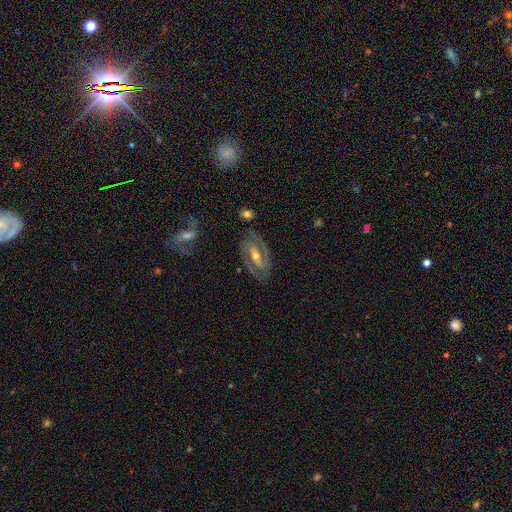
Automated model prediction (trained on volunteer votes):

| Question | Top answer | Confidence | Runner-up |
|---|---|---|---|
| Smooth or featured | featured or disk | 83% | smooth (10%) |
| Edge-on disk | no | 94% | yes (6%) |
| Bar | strong | 41% | weak (40%) |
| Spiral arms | yes | 92% | no (8%) |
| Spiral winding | medium | 45% | tight (42%) |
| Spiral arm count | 2 | 86% | can't tell (8%) |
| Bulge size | moderate | 59% | small (36%) |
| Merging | none | 79% | minor disturbance (14%) |